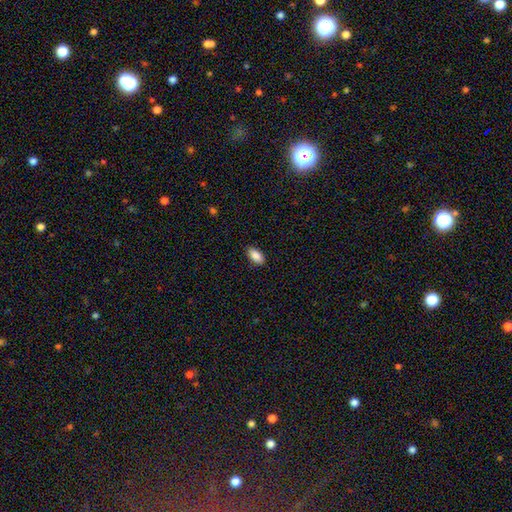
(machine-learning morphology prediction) A smooth galaxy with no disk features (88%) that is in between round and cigar-shaped (92%).

Vote fractions:
- Smooth or featured? smooth: 88% / star or artifact: 7% / featured or disk: 5%
- How rounded? in between: 92% / cigar-shaped: 5% / round: 3%
- Merging? none: 88% / minor disturbance: 9% / major disturbance: 2% / merger: 1%